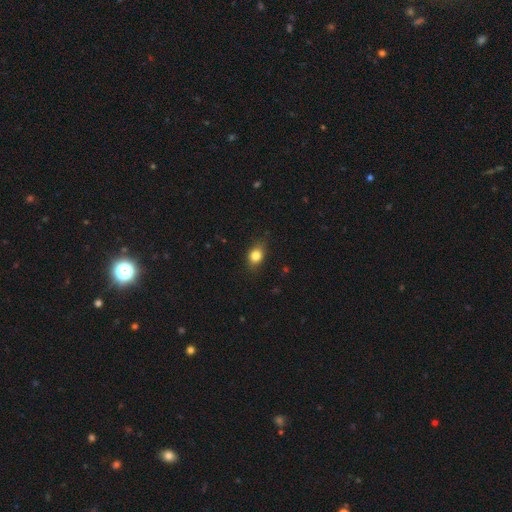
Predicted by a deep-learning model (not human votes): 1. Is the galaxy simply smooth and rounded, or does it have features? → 82% smooth, 10% star or artifact, 8% featured or disk.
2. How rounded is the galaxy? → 60% in between, 38% round, 2% cigar-shaped.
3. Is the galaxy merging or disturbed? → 77% none, 18% minor disturbance, 4% major disturbance, 1% merger.